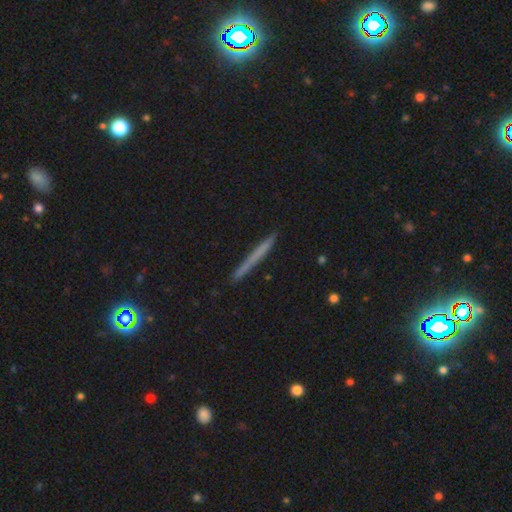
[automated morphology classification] smooth-or-featured: smooth: 56% | featured or disk: 36% | star or artifact: 8%
  how-rounded: cigar-shaped: 97% | in between: 2% | round: 2%
  merging: none: 90% | minor disturbance: 7% | major disturbance: 1% | merger: 1%